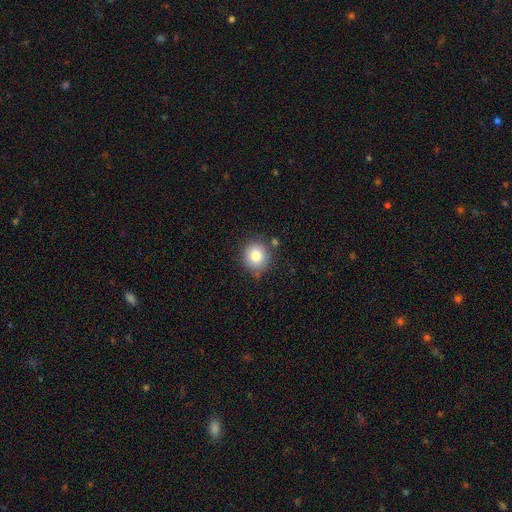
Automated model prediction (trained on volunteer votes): The model was most divided on "merging": none: 79%, minor disturbance: 13%, merger: 5%, major disturbance: 3%. More confident: how rounded — round (88%); smooth or featured — smooth (81%).